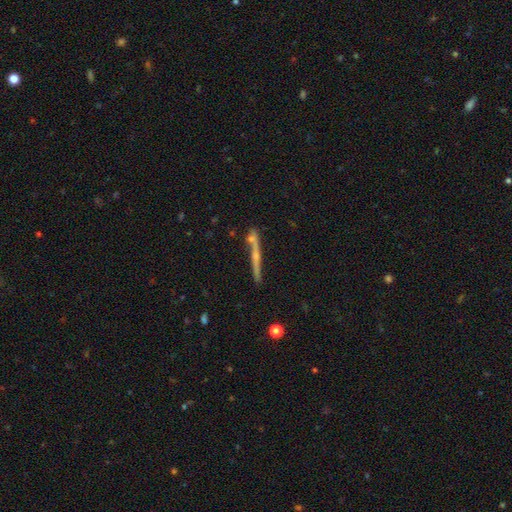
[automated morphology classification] Smooth or featured? featured or disk (68%)
Edge-on disk? yes (95%)
Edge-on bulge? rounded (58%)
Merging? none (72%)